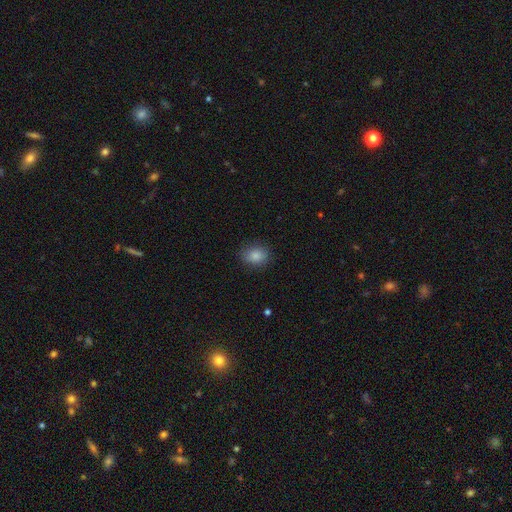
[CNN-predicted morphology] This is clearly a smooth galaxy (86%). How rounded: possibly in between (52%). Merging: clearly none (83%).